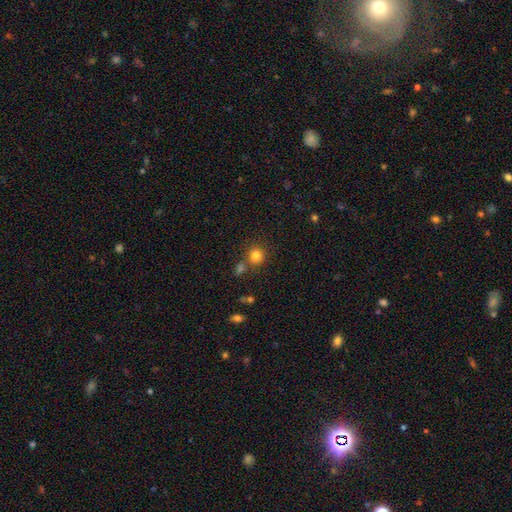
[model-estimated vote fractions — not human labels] smooth 81%, star or artifact 13%, featured or disk 6%. Down the decision tree: how rounded — round (90%); merging — none (73%).